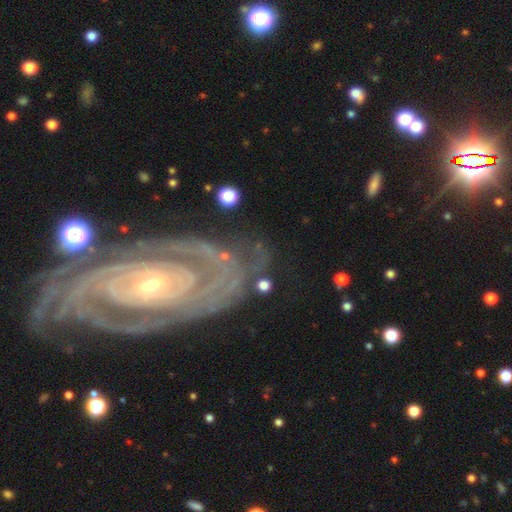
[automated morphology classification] Smooth or featured? Predicted: featured or disk (p=0.85). Edge-on disk? Predicted: no (p=0.95). Bar? Predicted: no (p=0.64). Spiral arms? Predicted: yes (p=0.91). Spiral winding? Predicted: tight (p=0.80). Spiral arm count? Predicted: can't tell (p=0.35). Bulge size? Predicted: small (p=0.66). Merging? Predicted: none (p=0.74).